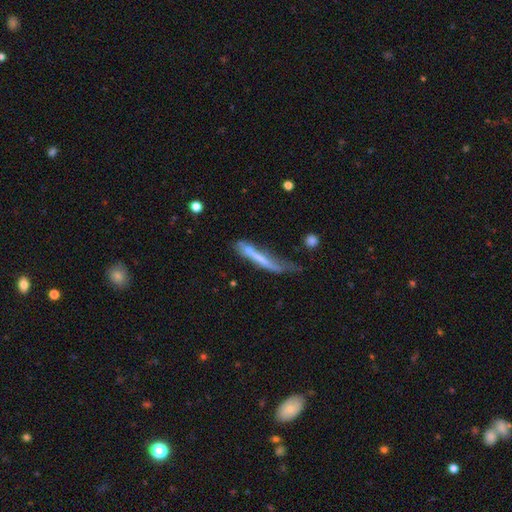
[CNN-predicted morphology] Smooth or featured?
  - smooth: 47% *
  - featured or disk: 44%
  - star or artifact: 9%
Merging?
  - none: 30% * (tied)
  - major disturbance: 30% * (tied)
  - minor disturbance: 28%
  - merger: 13%